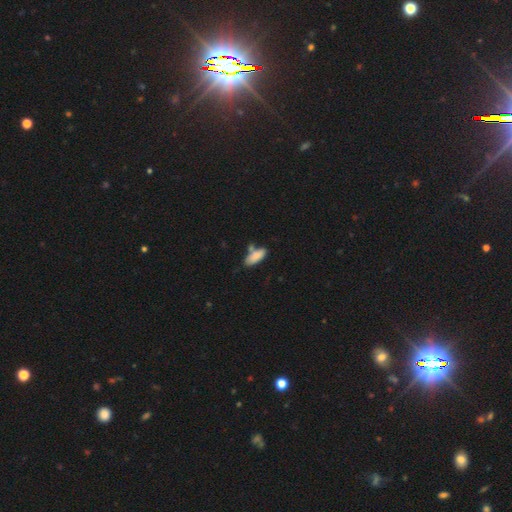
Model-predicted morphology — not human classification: smooth_or_featured: smooth (p=0.85) [alt: featured or disk p=0.08]
how_rounded: in between (p=0.79) [alt: cigar-shaped p=0.19]
merging: none (p=0.55) [alt: minor disturbance p=0.21]